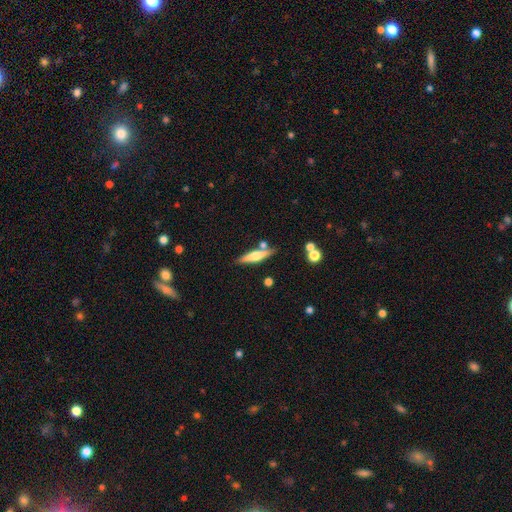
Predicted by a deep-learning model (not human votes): This appears to be a featured or disk galaxy (47%). Merging: none (76%).